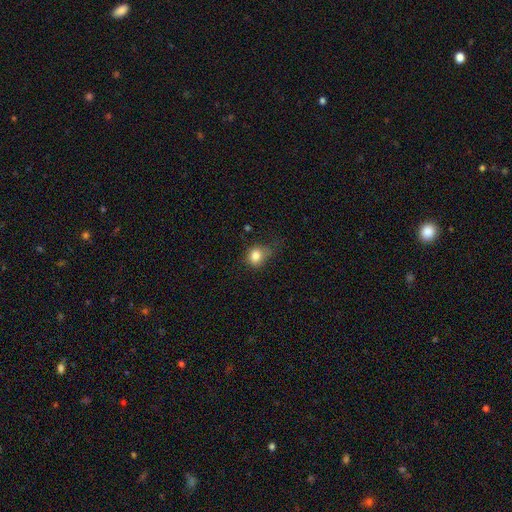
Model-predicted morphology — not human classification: Smooth or featured: smooth — 81% (star or artifact — 11%)
How rounded: round — 61% (in between — 38%)
Merging: none — 47% (minor disturbance — 35%)